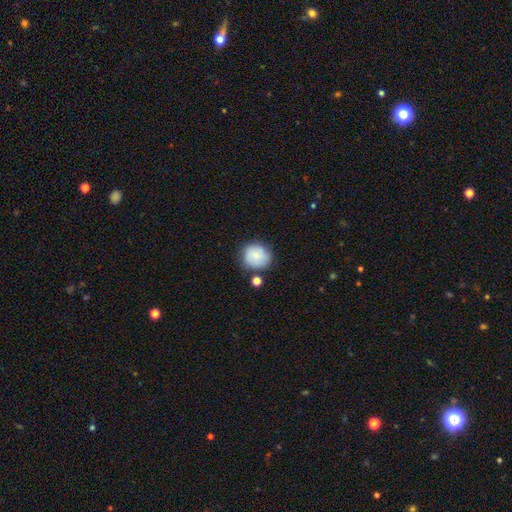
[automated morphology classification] This is clearly a smooth galaxy (82%). How rounded: clearly round (88%). Merging: likely none (72%).